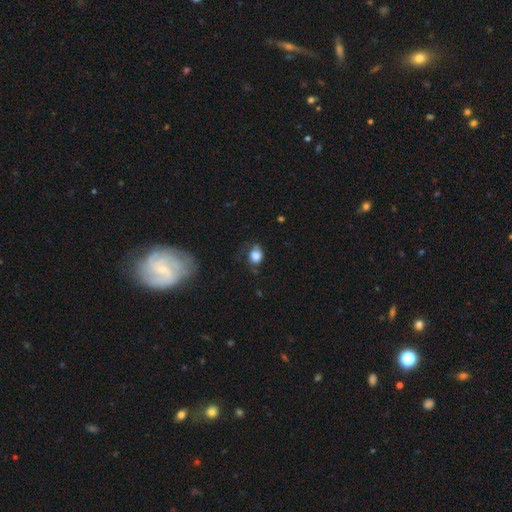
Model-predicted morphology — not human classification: smooth 79%, featured or disk 11%, star or artifact 9%. Down the decision tree: how rounded — round (60%); merging — none (46%).